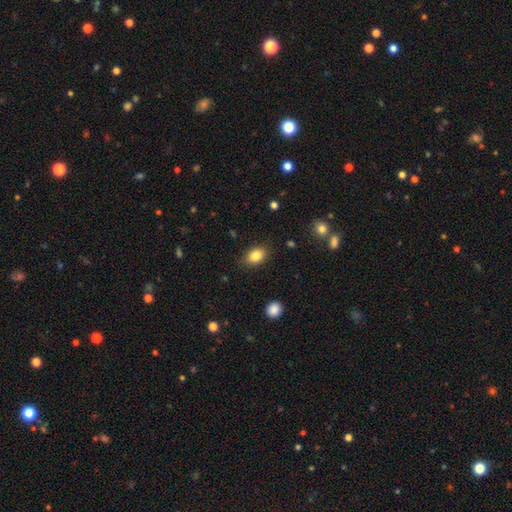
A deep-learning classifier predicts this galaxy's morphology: Smooth or featured: smooth — 84% (star or artifact — 9%)
How rounded: in between — 77% (round — 22%)
Merging: none — 84% (minor disturbance — 12%)